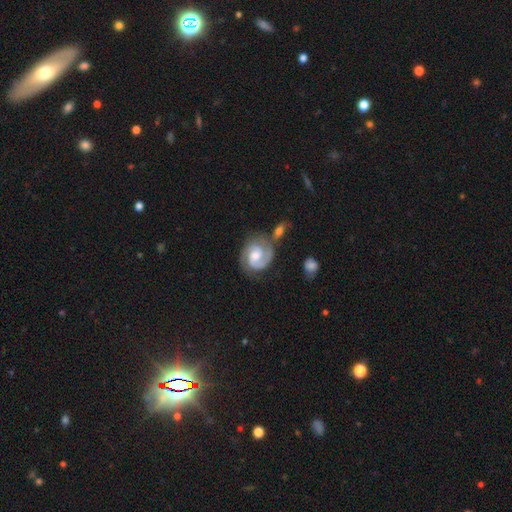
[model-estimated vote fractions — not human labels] A featured or disk galaxy (85%) with no bar (49%), 2 (87%) tight (49%) spiral arms (97%) and a moderate central bulge (60%).

Vote fractions:
- Smooth or featured? featured or disk: 85% / smooth: 10% / star or artifact: 5%
- Edge-on disk? no: 98% / yes: 2%
- Bar? no: 49% / weak: 41% / strong: 10%
- Spiral arms? yes: 97% / no: 3%
- Spiral winding? tight: 49% / medium: 42% / loose: 9%
- Spiral arm count? 2: 87% / 1: 5% / can't tell: 4% / 3: 2% / 4: 1% / more than 4: 1%
- Bulge size? moderate: 60% / small: 19% / large: 15% / none: 4% / dominant: 2%
- Merging? none: 60% / minor disturbance: 17% / merger: 15% / major disturbance: 8%